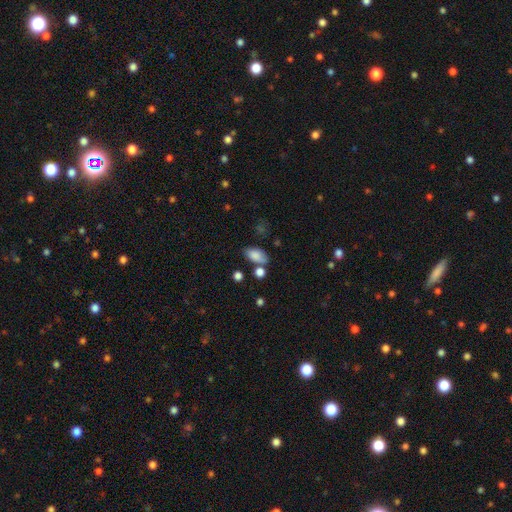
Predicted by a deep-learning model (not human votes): smooth 83%, star or artifact 9%, featured or disk 8%. Down the decision tree: how rounded — in between (90%); merging — none (62%).